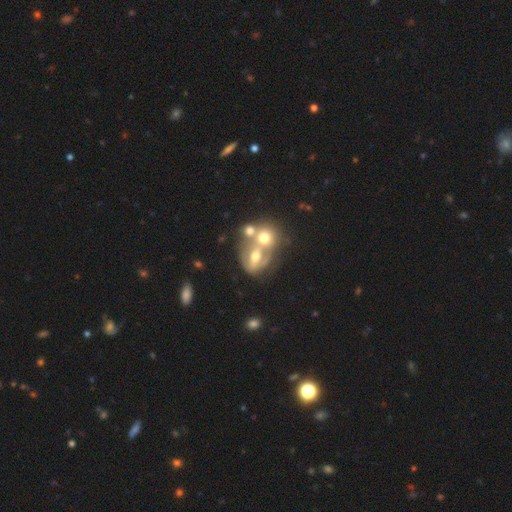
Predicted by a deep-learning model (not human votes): Q: Smooth or featured?
A: featured or disk (44%); runner-up: smooth (40%)
Q: Merging?
A: merger (70%); runner-up: none (20%)